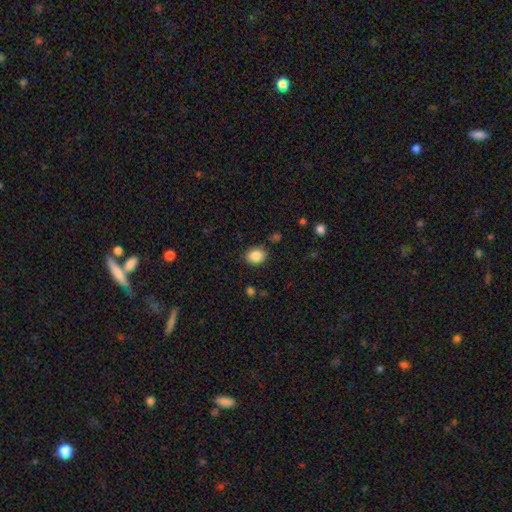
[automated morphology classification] Q: Smooth or featured?
A: smooth (86%); runner-up: star or artifact (9%)
Q: How rounded?
A: round (52%); runner-up: in between (47%)
Q: Merging?
A: none (83%); runner-up: minor disturbance (12%)